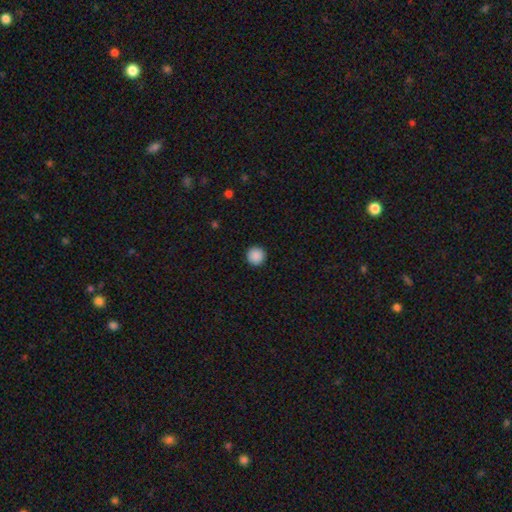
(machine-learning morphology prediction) Smooth or featured: smooth — 89% (star or artifact — 8%)
How rounded: round — 97% (in between — 3%)
Merging: none — 93% (minor disturbance — 4%)